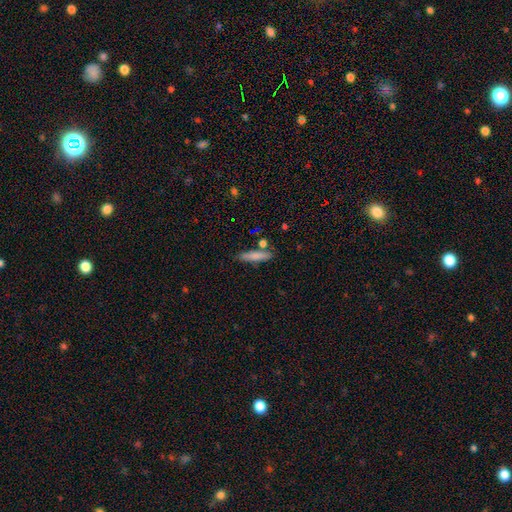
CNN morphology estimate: Q: Smooth or featured?
A: smooth (79%); runner-up: featured or disk (14%)
Q: How rounded?
A: cigar-shaped (82%); runner-up: in between (15%)
Q: Merging?
A: none (79%); runner-up: minor disturbance (12%)